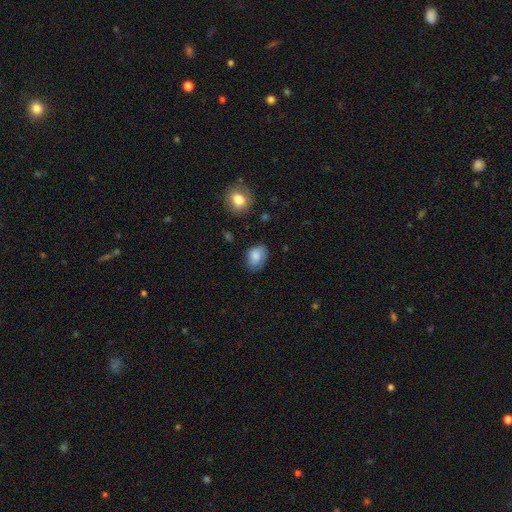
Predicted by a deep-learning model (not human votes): This is likely a smooth galaxy (75%). How rounded: likely in between (75%). Merging: likely none (63%).